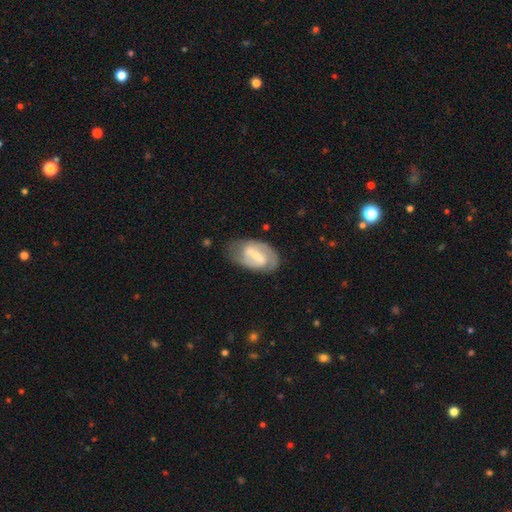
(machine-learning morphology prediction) Smooth or featured: featured or disk — 70% (smooth — 24%)
Edge-on disk: no — 96% (yes — 4%)
Bar: strong — 52% (weak — 38%)
Spiral arms: yes — 80% (no — 20%)
Spiral winding: medium — 44% (tight — 37%)
Spiral arm count: 2 — 73% (can't tell — 15%)
Bulge size: small — 55% (moderate — 31%)
Merging: none — 65% (minor disturbance — 23%)